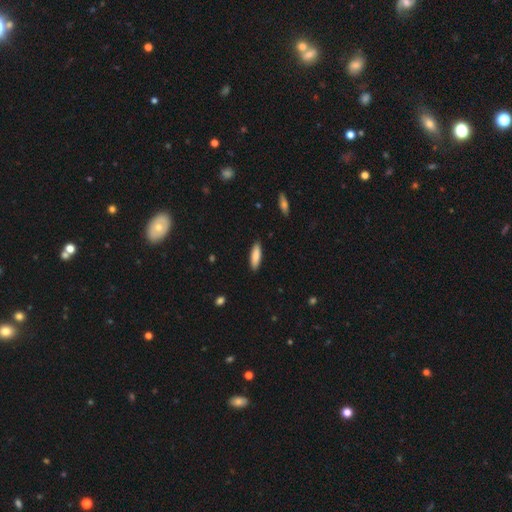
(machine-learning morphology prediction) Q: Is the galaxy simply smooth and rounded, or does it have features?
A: smooth — 86%.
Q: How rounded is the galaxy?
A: cigar-shaped — 52%.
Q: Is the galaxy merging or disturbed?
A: none — 89%.